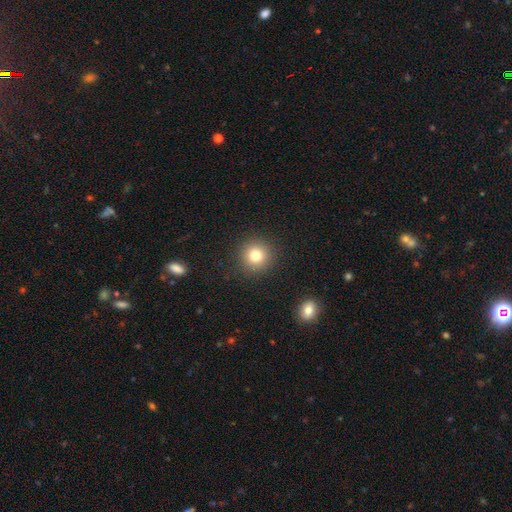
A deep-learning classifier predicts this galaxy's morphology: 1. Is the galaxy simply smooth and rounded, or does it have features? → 80% smooth, 12% star or artifact, 8% featured or disk.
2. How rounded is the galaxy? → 93% round, 6% in between, 1% cigar-shaped.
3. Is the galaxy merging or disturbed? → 90% none, 6% minor disturbance, 2% major disturbance, 1% merger.